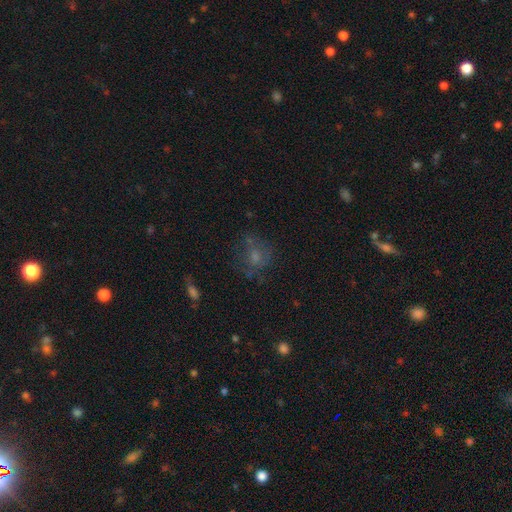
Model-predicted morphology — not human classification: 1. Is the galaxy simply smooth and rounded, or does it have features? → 50% smooth, 29% featured or disk, 20% star or artifact.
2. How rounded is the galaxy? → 68% round, 30% in between, 1% cigar-shaped.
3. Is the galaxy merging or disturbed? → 57% none, 20% minor disturbance, 19% major disturbance, 4% merger.